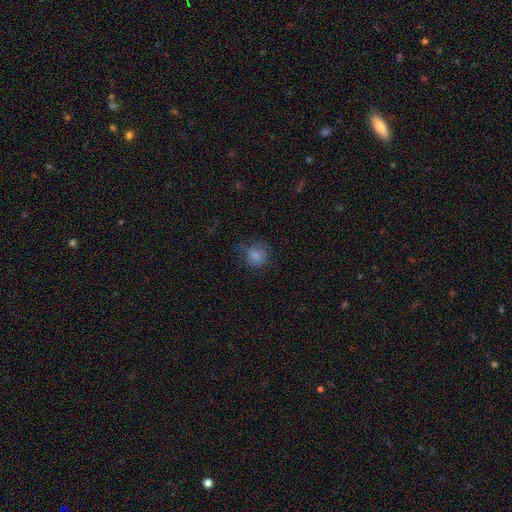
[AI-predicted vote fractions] smooth-or-featured: smooth: 77% | star or artifact: 13% | featured or disk: 11%
  how-rounded: round: 74% | in between: 25% | cigar-shaped: 1%
  merging: none: 61% | minor disturbance: 24% | major disturbance: 14% | merger: 2%